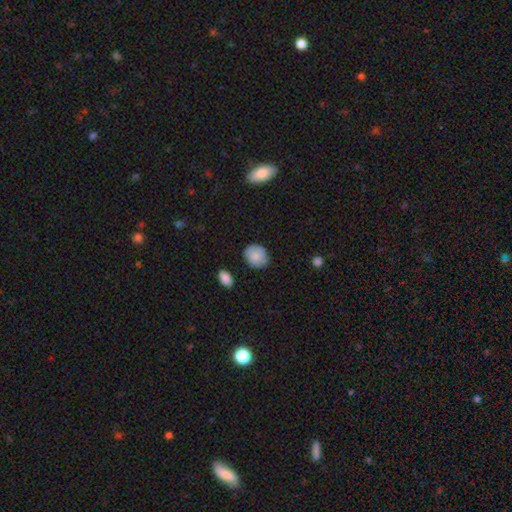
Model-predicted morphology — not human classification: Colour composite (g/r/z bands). It shows a smooth galaxy with no disk features (83%) that is round (64%). Merging: none (77%).